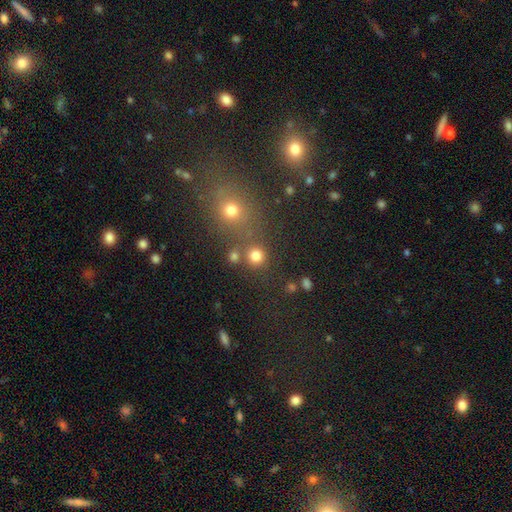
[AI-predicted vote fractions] Overall: smooth (80%). How rounded: round (91%). Merging: none (74%).